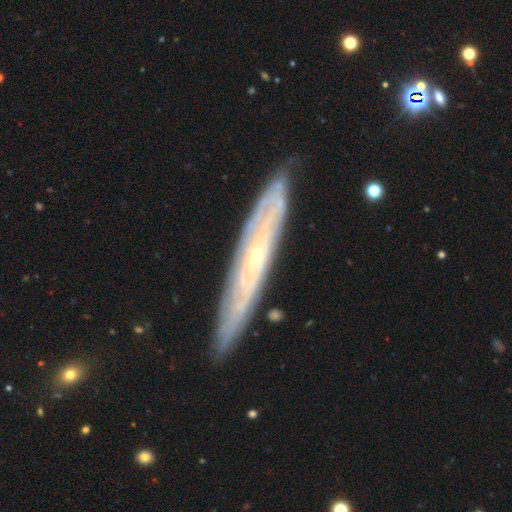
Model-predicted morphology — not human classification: Q: Smooth or featured?
A: featured or disk (78%); runner-up: smooth (16%)
Q: Edge-on disk?
A: yes (55%); runner-up: no (45%)
Q: Merging?
A: none (86%); runner-up: minor disturbance (11%)